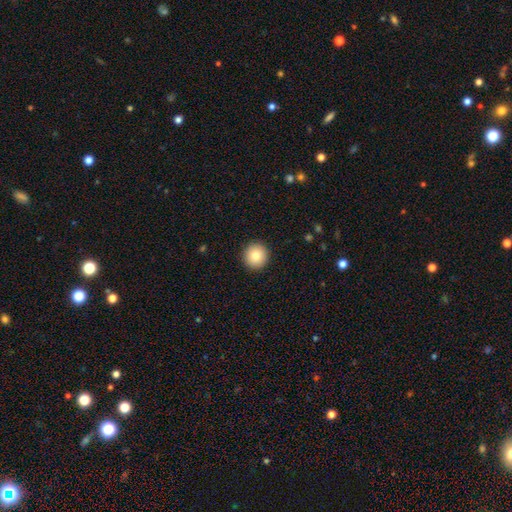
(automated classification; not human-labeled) Smooth or featured: smooth — 85% (star or artifact — 9%)
How rounded: round — 95% (in between — 4%)
Merging: none — 93% (minor disturbance — 5%)